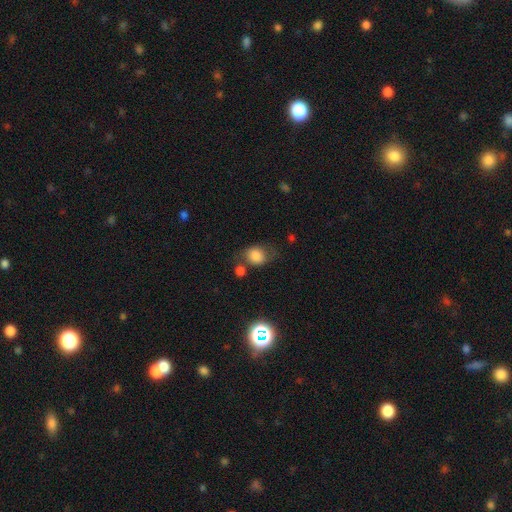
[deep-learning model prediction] smooth-or-featured: smooth: 79% | star or artifact: 12% | featured or disk: 9%
  how-rounded: round: 58% | in between: 41% | cigar-shaped: 1%
  merging: none: 55% | minor disturbance: 22% | merger: 13% | major disturbance: 10%